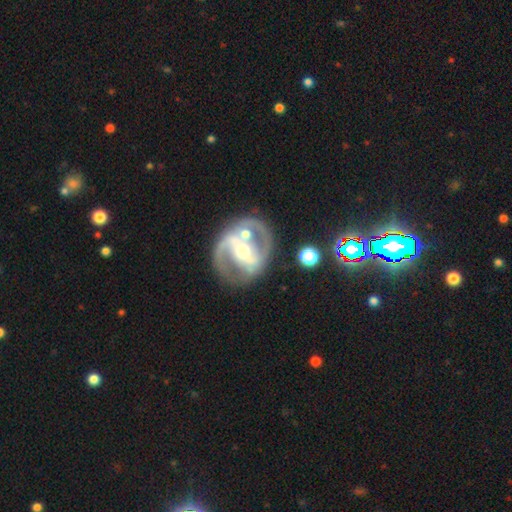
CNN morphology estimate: This appears to be a featured or disk galaxy (87%) with a strong bar (50%), 2 (87%) medium (54%) spiral arms (90%) and a moderate central bulge (64%). Merging: none (65%).